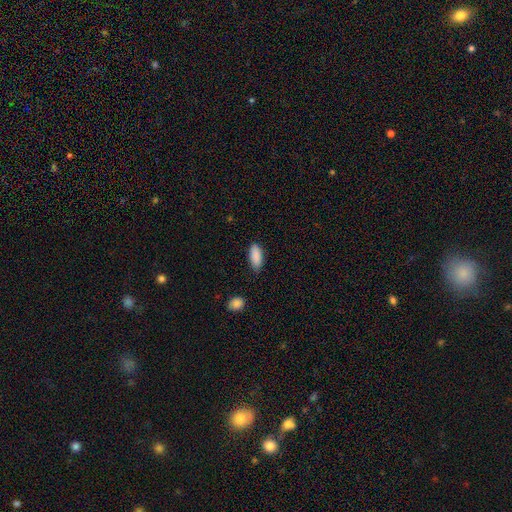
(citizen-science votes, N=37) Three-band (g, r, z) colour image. It shows a smooth galaxy with no disk features (95%) that is in between round and cigar-shaped (77%). Merging: none (92%).